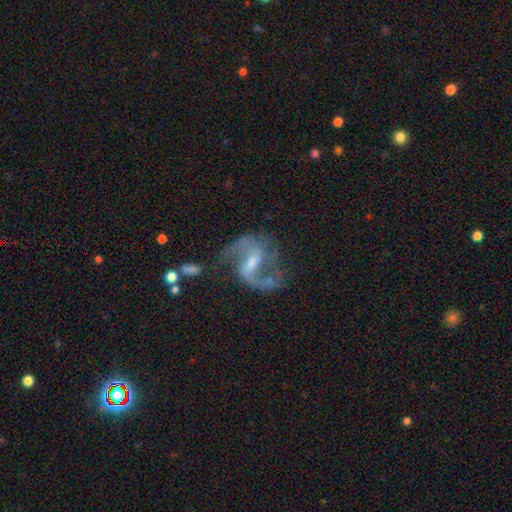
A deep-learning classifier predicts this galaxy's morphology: Overall: featured or disk (89%). Edge-on disk: no (98%). Bar: weak (52%; strong 32%). Spiral arms: yes (96%). Spiral arm count: 2 (91%). Spiral winding: medium (49%; loose 42%). Bulge size: small (45%; moderate 37%). Merging: none (63%).